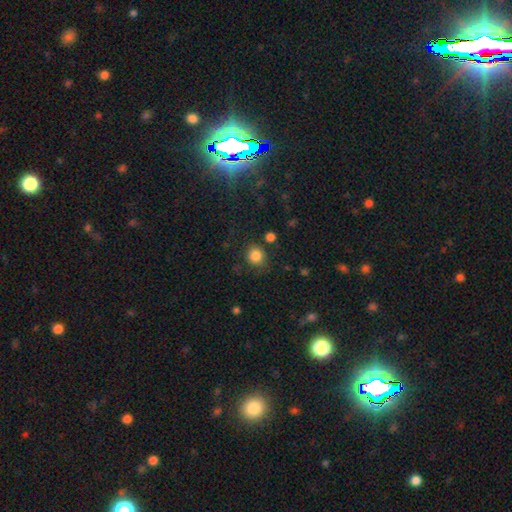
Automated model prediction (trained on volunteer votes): This is clearly a smooth galaxy (84%). How rounded: clearly round (86%). Merging: likely none (79%).